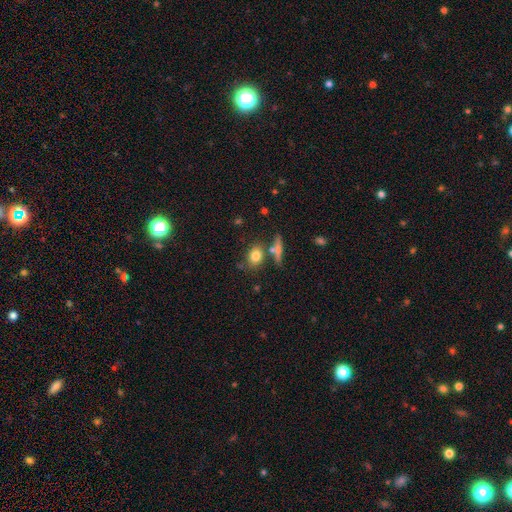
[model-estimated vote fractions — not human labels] This appears to be a smooth galaxy with no disk features (79%) that is in between round and cigar-shaped (58%). Merging: none (66%).